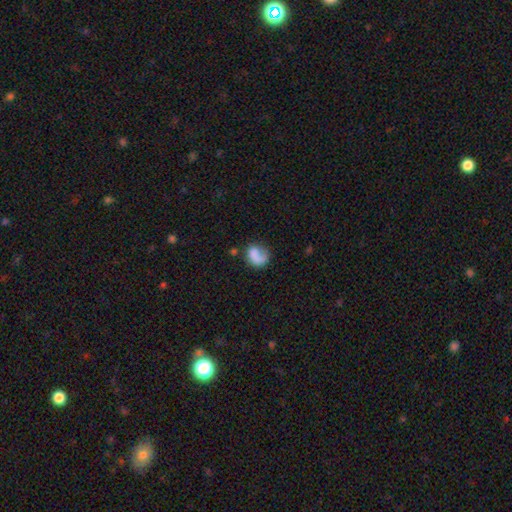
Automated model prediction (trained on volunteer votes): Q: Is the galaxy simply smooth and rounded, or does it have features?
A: smooth — 66%.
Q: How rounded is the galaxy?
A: round — 54%.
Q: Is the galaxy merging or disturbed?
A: none — 43%.